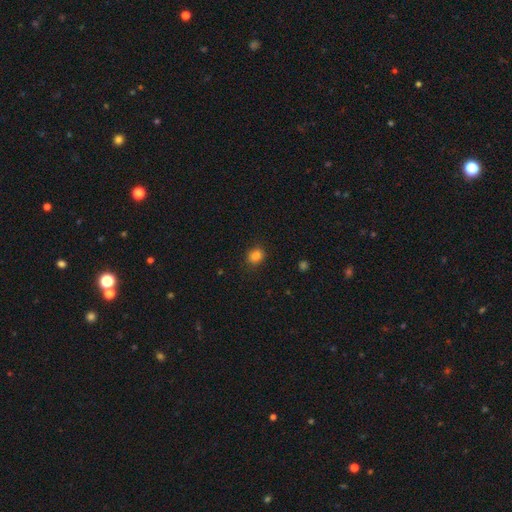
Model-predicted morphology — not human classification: smooth-or-featured: smooth: 83% | star or artifact: 12% | featured or disk: 4%
  how-rounded: round: 55% | in between: 43% | cigar-shaped: 1%
  merging: none: 82% | minor disturbance: 12% | major disturbance: 3% | merger: 2%